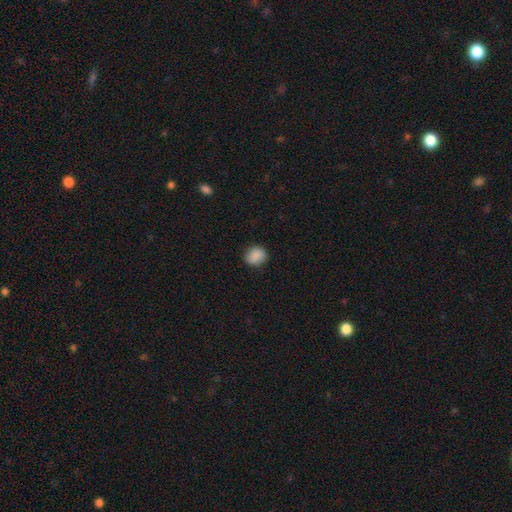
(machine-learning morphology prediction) A smooth galaxy with no disk features (87%) that is round (73%).

Vote fractions:
- Smooth or featured? smooth: 87% / star or artifact: 8% / featured or disk: 5%
- How rounded? round: 73% / in between: 26% / cigar-shaped: 1%
- Merging? none: 85% / minor disturbance: 12% / major disturbance: 3% / merger: 1%